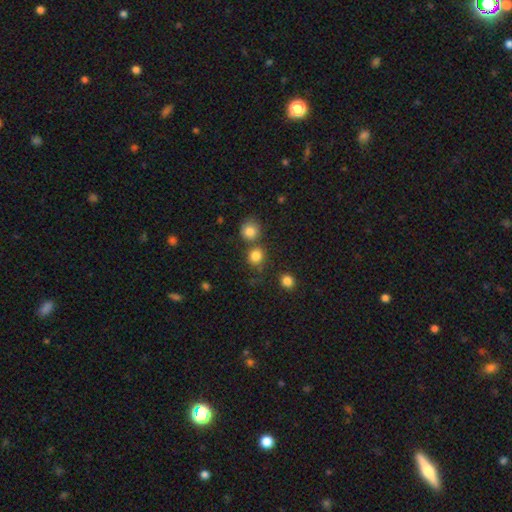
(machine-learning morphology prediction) Smooth or featured?
  - smooth: 82% *
  - star or artifact: 13%
  - featured or disk: 5%
How rounded?
  - round: 87% *
  - in between: 12%
  - cigar-shaped: 1%
Merging?
  - none: 66% *
  - merger: 22%
  - minor disturbance: 9%
  - major disturbance: 3%